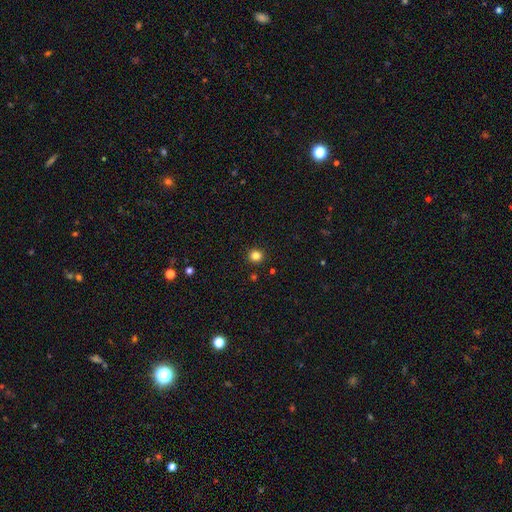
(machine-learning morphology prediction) Q: Smooth or featured?
A: smooth (82%); runner-up: star or artifact (14%)
Q: How rounded?
A: round (93%); runner-up: in between (6%)
Q: Merging?
A: none (93%); runner-up: minor disturbance (5%)